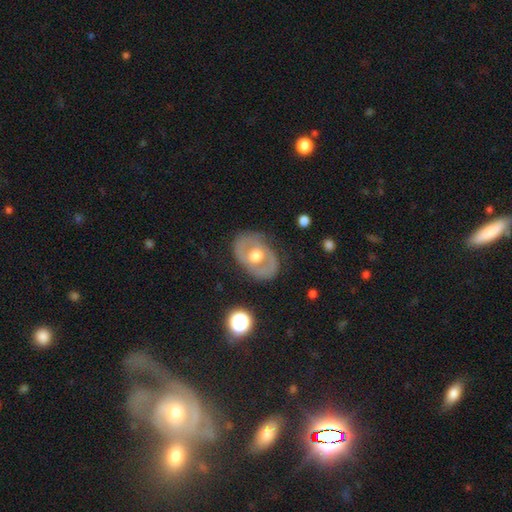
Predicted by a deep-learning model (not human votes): A featured or disk galaxy (63%) with no bar (67%), no spiral arms (62%) and a moderate central bulge (69%).

Vote fractions:
- Smooth or featured? featured or disk: 63% / smooth: 30% / star or artifact: 7%
- Edge-on disk? no: 93% / yes: 7%
- Bar? no: 67% / weak: 24% / strong: 9%
- Spiral arms? no: 62% / yes: 38%
- Bulge size? moderate: 69% / large: 22% / small: 7% / dominant: 1% / none: 1%
- Merging? none: 80% / minor disturbance: 13% / major disturbance: 5% / merger: 1%